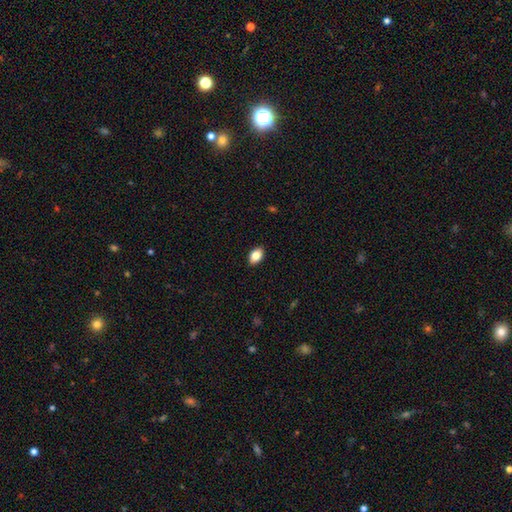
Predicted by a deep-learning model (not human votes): Smooth or featured? smooth (83%)
How rounded? in between (88%)
Merging? none (88%)